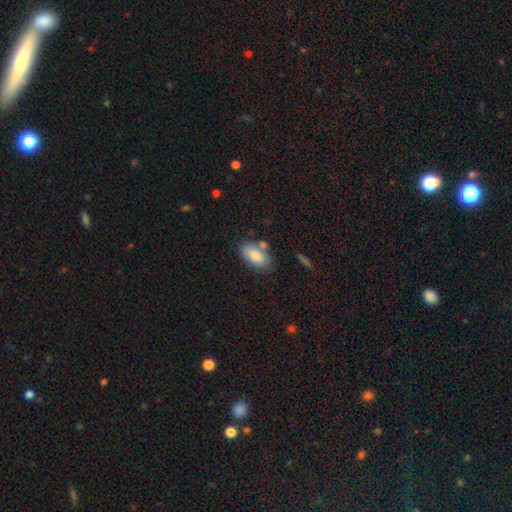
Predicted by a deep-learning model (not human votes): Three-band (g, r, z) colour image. It shows a smooth galaxy with no disk features (84%) that is in between round and cigar-shaped (93%). Merging: none (67%).